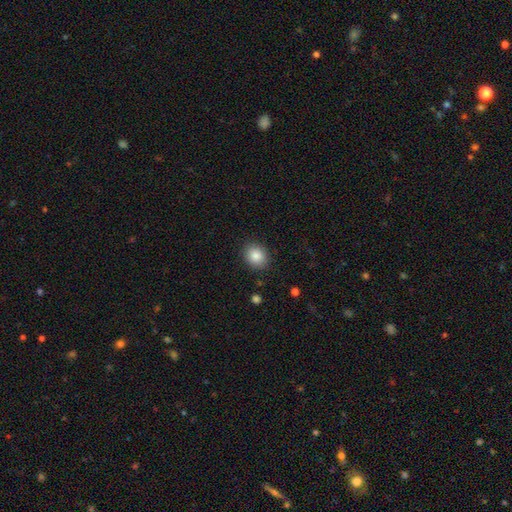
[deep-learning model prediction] smooth 86%, star or artifact 9%, featured or disk 5%. Down the decision tree: how rounded — round (62%); merging — none (88%).